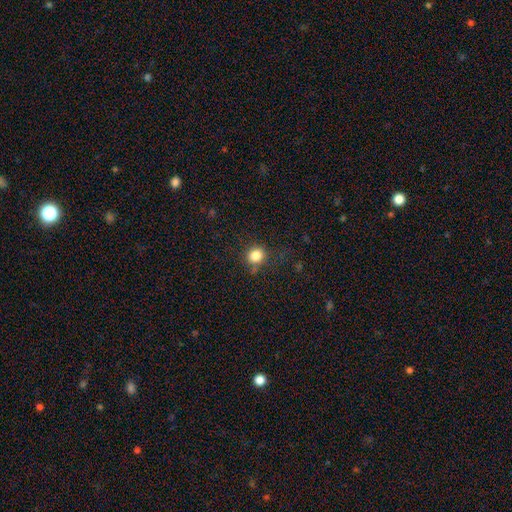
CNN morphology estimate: smooth-or-featured: smooth: 83% | star or artifact: 12% | featured or disk: 5%
  how-rounded: round: 82% | in between: 17% | cigar-shaped: 1%
  merging: none: 78% | minor disturbance: 14% | major disturbance: 5% | merger: 3%